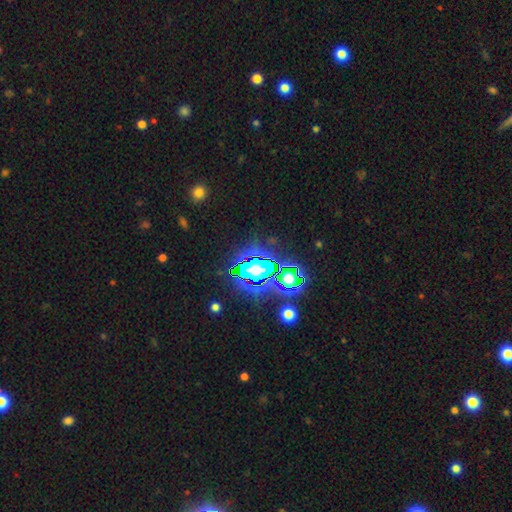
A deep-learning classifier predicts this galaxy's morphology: A star or artifact, not a galaxy (80%).

Vote fractions:
- Smooth or featured? star or artifact: 80% / smooth: 12% / featured or disk: 8%